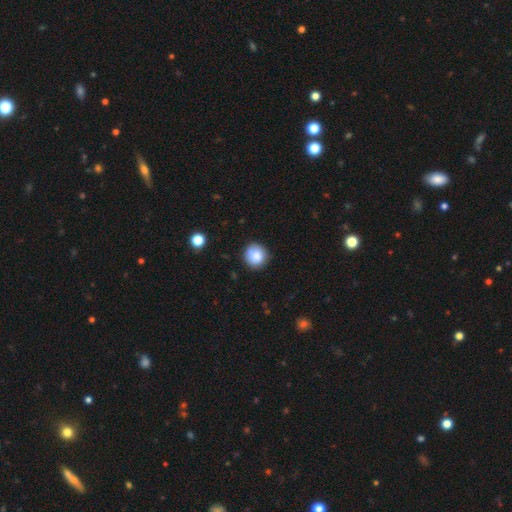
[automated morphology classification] A smooth galaxy with no disk features (84%) that is round (92%).

Vote fractions:
- Smooth or featured? smooth: 84% / star or artifact: 9% / featured or disk: 7%
- How rounded? round: 92% / in between: 7% / cigar-shaped: 1%
- Merging? none: 84% / minor disturbance: 12% / major disturbance: 2% / merger: 2%